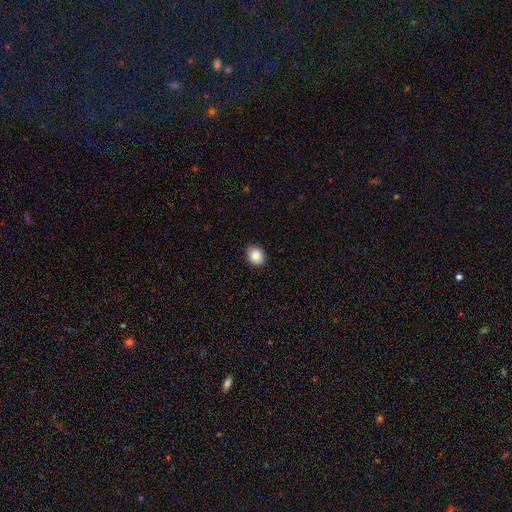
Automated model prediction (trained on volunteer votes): Smooth or featured? smooth (88%)
How rounded? round (60%)
Merging? none (85%)